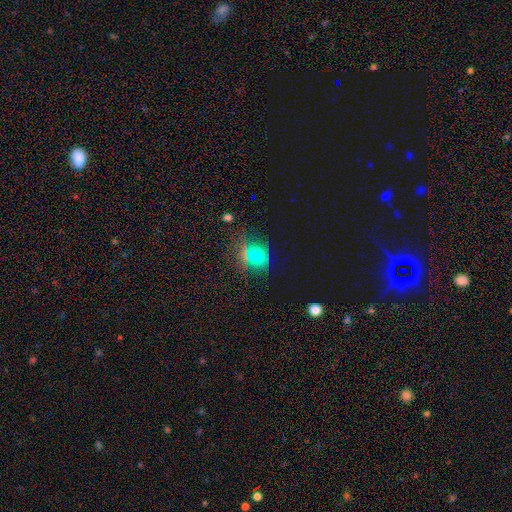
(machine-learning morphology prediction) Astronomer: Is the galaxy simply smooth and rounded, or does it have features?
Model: smooth — 60%.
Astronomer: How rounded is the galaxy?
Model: round — 73%.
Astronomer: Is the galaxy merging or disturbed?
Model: none — 74%.